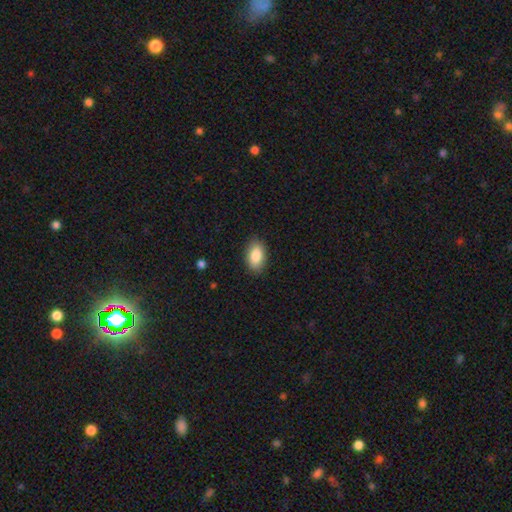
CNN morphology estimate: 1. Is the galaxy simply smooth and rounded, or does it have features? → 86% smooth, 7% featured or disk, 7% star or artifact.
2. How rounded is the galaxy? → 92% in between, 5% round, 2% cigar-shaped.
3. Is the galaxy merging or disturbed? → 87% none, 9% minor disturbance, 2% major disturbance, 1% merger.